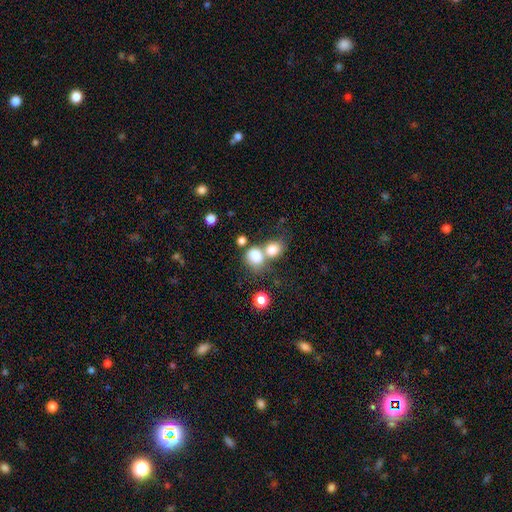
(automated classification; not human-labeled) smooth_or_featured: smooth (p=0.79) [alt: star or artifact p=0.11]
how_rounded: round (p=0.62) [alt: in between p=0.37]
merging: merger (p=0.56) [alt: none p=0.31]